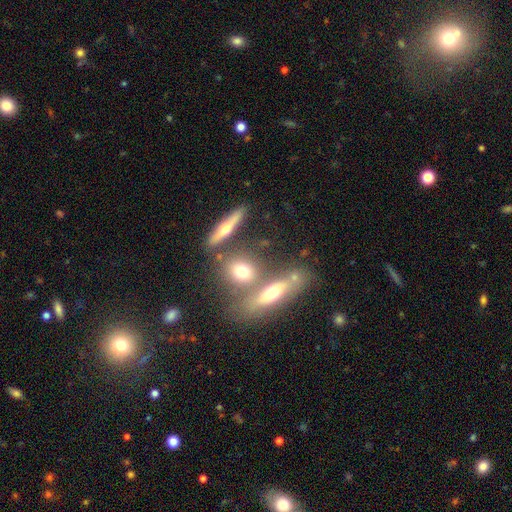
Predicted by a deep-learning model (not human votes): Q: Smooth or featured?
A: featured or disk (60%); runner-up: smooth (27%)
Q: Edge-on disk?
A: yes (79%); runner-up: no (21%)
Q: Merging?
A: none (47%); runner-up: merger (35%)